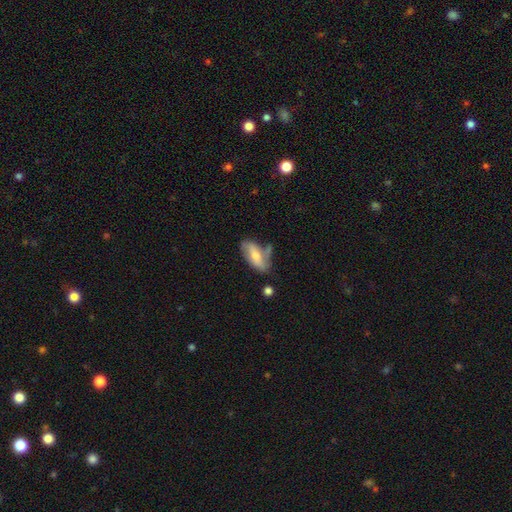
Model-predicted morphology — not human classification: type=smooth (54%); roundness=in between (78%); merging=none (49%).